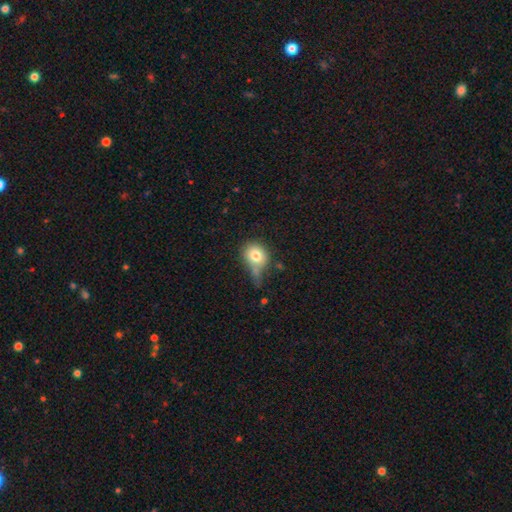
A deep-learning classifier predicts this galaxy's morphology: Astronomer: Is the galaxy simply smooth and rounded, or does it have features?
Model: smooth — 77%.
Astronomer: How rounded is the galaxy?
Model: round — 67%.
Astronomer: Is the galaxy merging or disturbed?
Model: none — 36% (runner-up: minor disturbance, 29%).